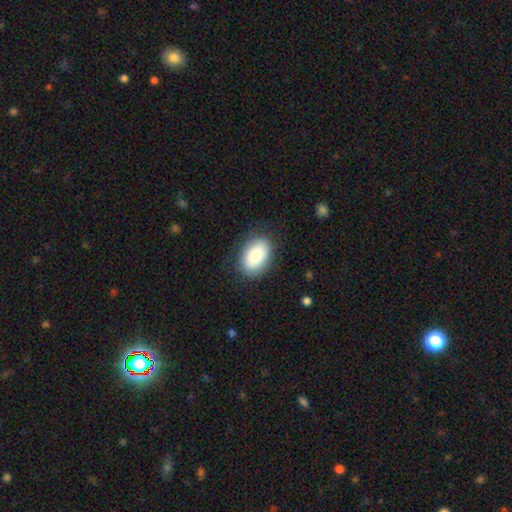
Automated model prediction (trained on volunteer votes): Smooth or featured?
  - smooth: 86% *
  - featured or disk: 8%
  - star or artifact: 6%
How rounded?
  - in between: 89% *
  - round: 10%
  - cigar-shaped: 1%
Merging?
  - none: 82% *
  - minor disturbance: 13%
  - major disturbance: 4%
  - merger: 1%